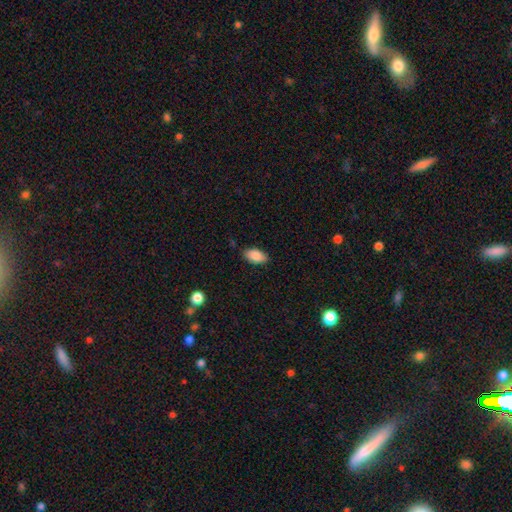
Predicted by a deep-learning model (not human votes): Smooth or featured? Predicted: smooth (p=0.87). How rounded? Predicted: in between (p=0.93). Merging? Predicted: none (p=0.84).